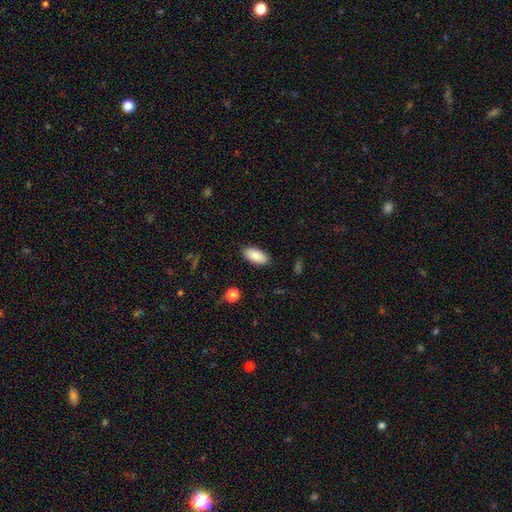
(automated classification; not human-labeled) Overall: smooth (87%). How rounded: in between (92%). Merging: none (88%).